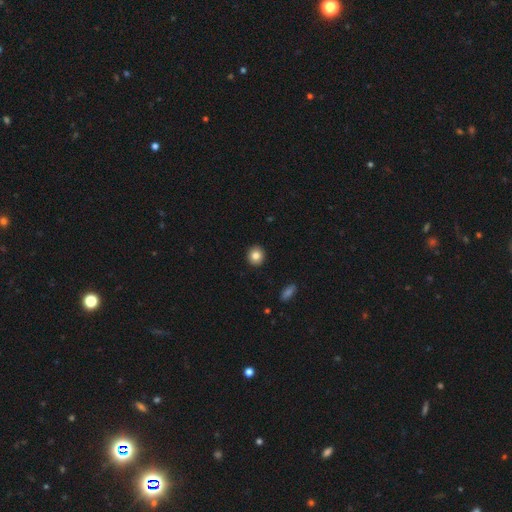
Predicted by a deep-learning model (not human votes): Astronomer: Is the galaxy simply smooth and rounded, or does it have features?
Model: smooth — 84%.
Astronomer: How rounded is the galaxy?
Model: round — 90%.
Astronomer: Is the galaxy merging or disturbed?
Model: none — 93%.